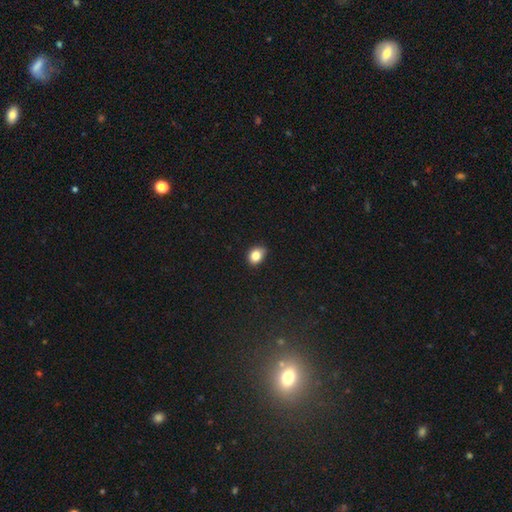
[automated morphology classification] Overall: smooth (85%). How rounded: in between (62%; round 37%). Merging: none (75%).